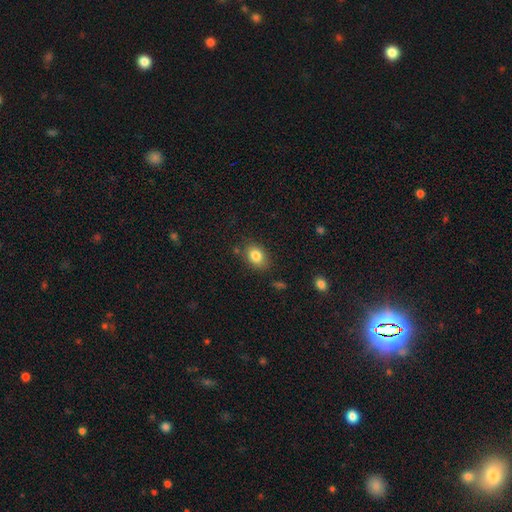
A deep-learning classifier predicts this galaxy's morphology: Smooth or featured: smooth — 83% (star or artifact — 9%)
How rounded: in between — 73% (round — 26%)
Merging: none — 78% (minor disturbance — 15%)